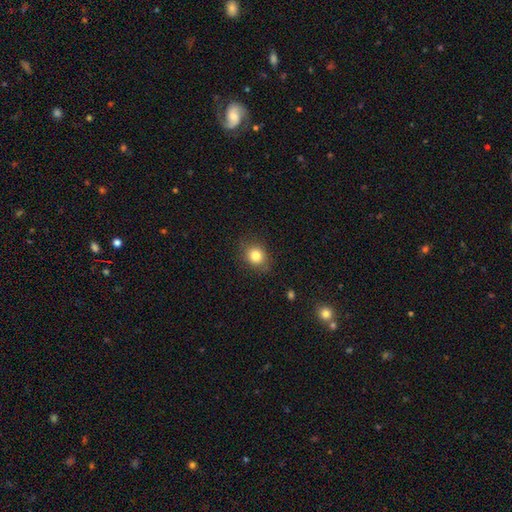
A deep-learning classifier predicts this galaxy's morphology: Q: Smooth or featured?
A: smooth (81%); runner-up: star or artifact (10%)
Q: How rounded?
A: round (64%); runner-up: in between (35%)
Q: Merging?
A: none (80%); runner-up: minor disturbance (15%)